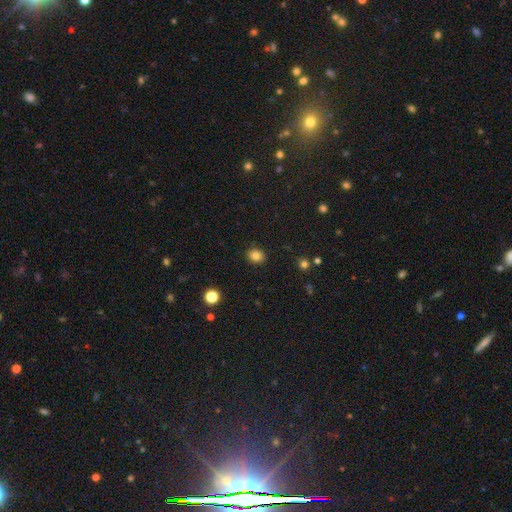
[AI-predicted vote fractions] Smooth or featured? Predicted: smooth (p=0.84). How rounded? Predicted: round (p=0.67). Merging? Predicted: none (p=0.90).